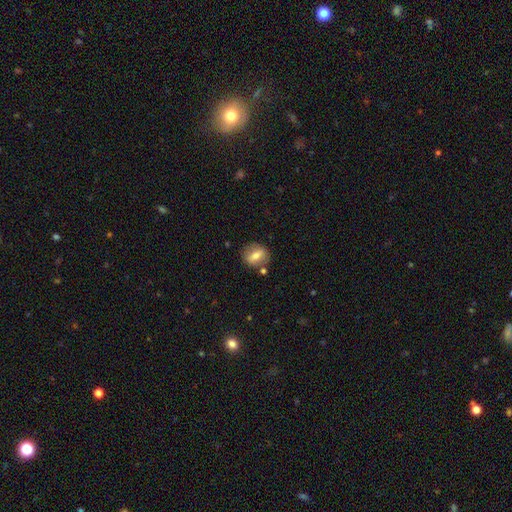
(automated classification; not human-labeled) This appears to be a smooth galaxy with no disk features (61%) that is round (54%). Merging: none (77%).